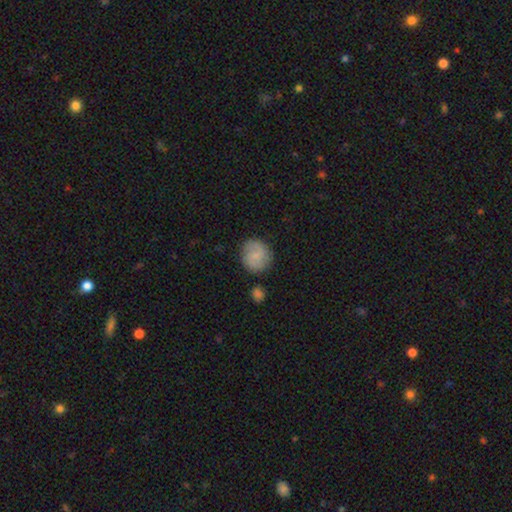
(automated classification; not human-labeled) Smooth or featured? Predicted: smooth (p=0.64). How rounded? Predicted: round (p=0.88). Merging? Predicted: none (p=0.79).